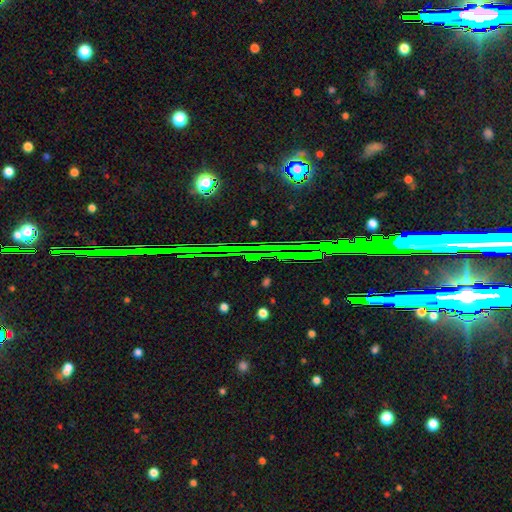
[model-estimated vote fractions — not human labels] This appears to be a star or artifact, not a galaxy (77%).